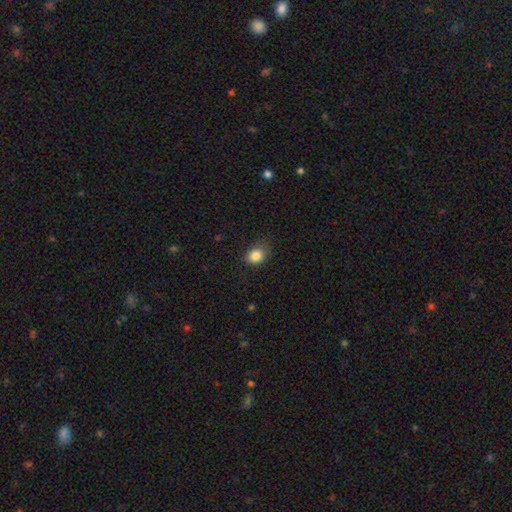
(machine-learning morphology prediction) smooth 85%, star or artifact 10%, featured or disk 5%. Down the decision tree: how rounded — in between (52%); merging — none (70%).